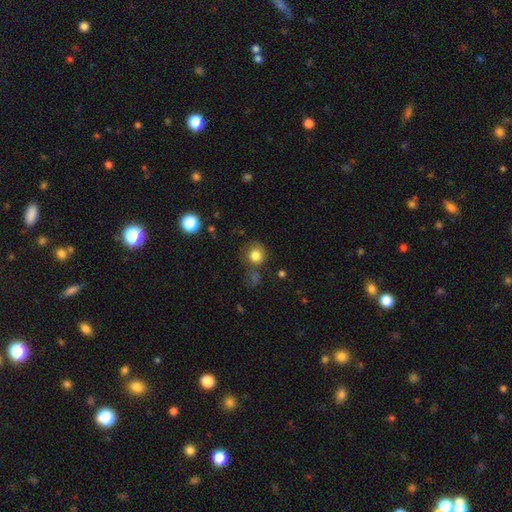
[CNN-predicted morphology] smooth_or_featured: smooth (p=0.81) [alt: star or artifact p=0.12]
how_rounded: round (p=0.88) [alt: in between p=0.11]
merging: none (p=0.71) [alt: minor disturbance p=0.15]